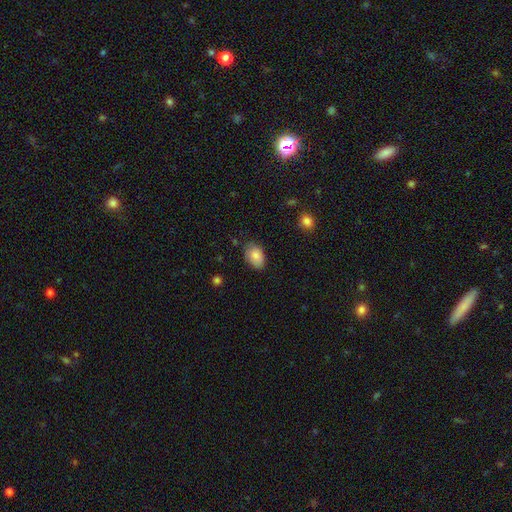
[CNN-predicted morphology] Smooth or featured? Predicted: smooth (p=0.85). How rounded? Predicted: in between (p=0.88). Merging? Predicted: none (p=0.76).